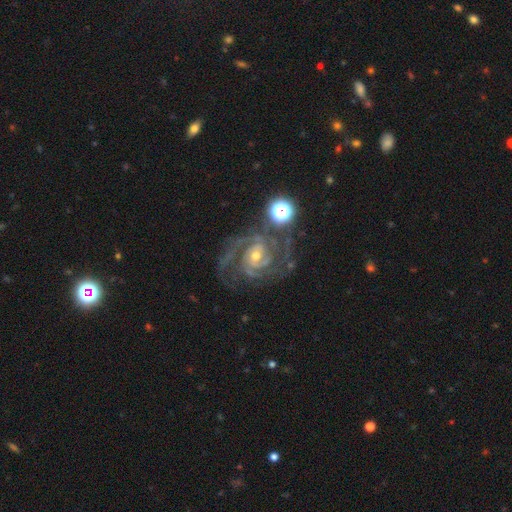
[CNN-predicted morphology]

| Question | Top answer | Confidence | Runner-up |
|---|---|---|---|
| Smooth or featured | featured or disk | 90% | star or artifact (7%) |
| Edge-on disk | no | 98% | yes (2%) |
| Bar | no | 52% | weak (34%) |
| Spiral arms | yes | 98% | no (2%) |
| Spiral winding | tight | 52% | medium (42%) |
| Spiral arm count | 2 | 41% | 3 (28%) |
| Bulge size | small | 56% | moderate (40%) |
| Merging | none | 68% | minor disturbance (17%) |